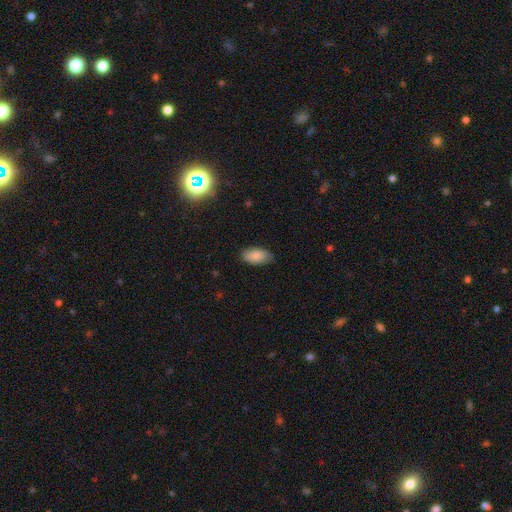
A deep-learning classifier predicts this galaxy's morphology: The model was most divided on "merging": none: 82%, minor disturbance: 15%, major disturbance: 3%, merger: 1%. More confident: how rounded — in between (93%); smooth or featured — smooth (85%).